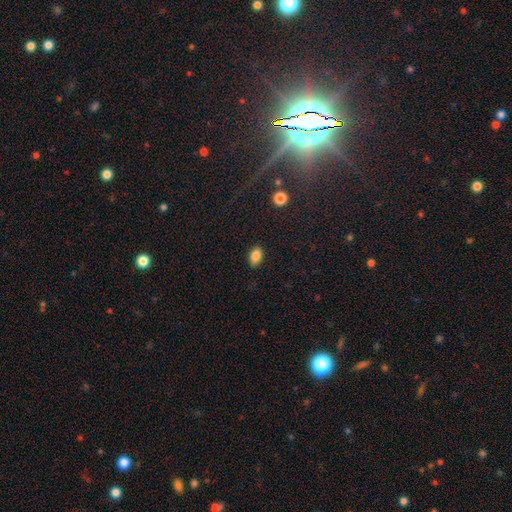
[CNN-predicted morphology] This is clearly a smooth galaxy (86%). How rounded: clearly in between (90%). Merging: clearly none (88%).